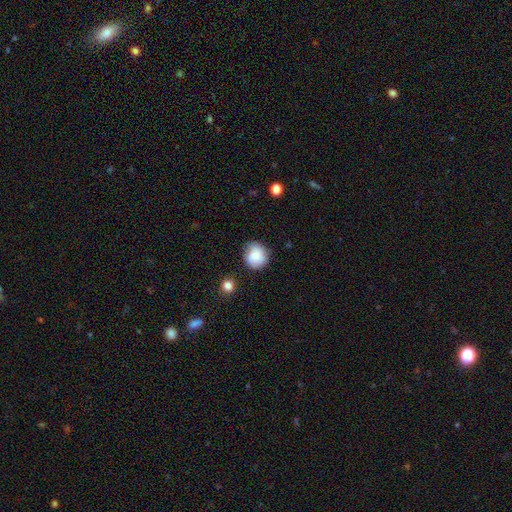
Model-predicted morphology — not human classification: type=smooth (82%); roundness=round (87%); merging=none (74%).